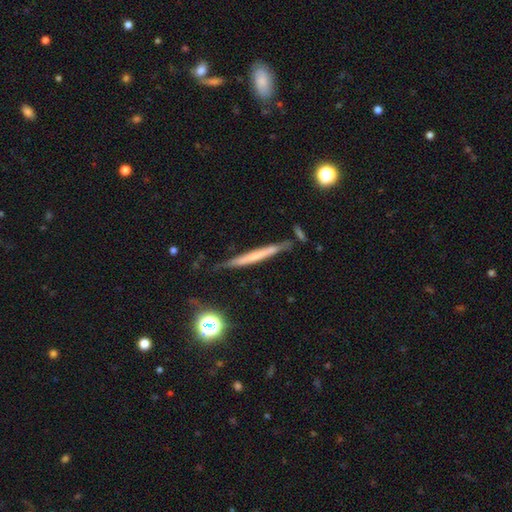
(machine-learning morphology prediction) Q: Smooth or featured?
A: featured or disk (48%); runner-up: smooth (43%)
Q: Merging?
A: none (73%); runner-up: minor disturbance (18%)